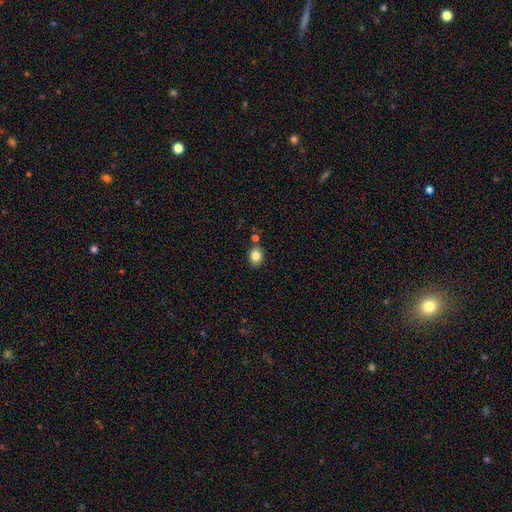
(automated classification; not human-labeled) This is clearly a smooth galaxy (83%). How rounded: possibly round (50%). Merging: likely none (79%).